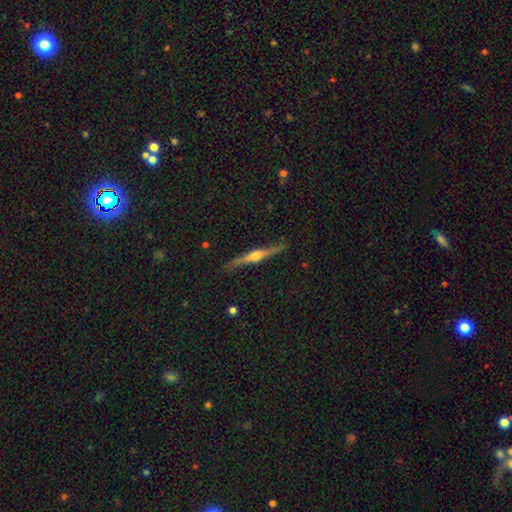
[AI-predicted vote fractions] Morphology: type=featured or disk (79%); edge-on=yes (98%); edge-on bulge=rounded (93%); merging=none (88%).